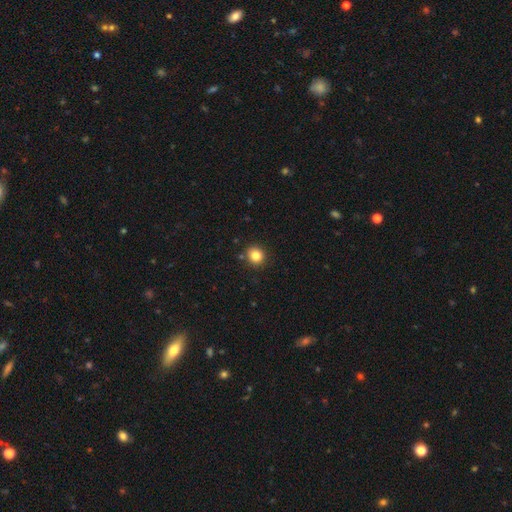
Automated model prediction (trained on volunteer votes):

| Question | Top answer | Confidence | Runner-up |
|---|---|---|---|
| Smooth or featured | smooth | 83% | star or artifact (11%) |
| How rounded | round | 86% | in between (13%) |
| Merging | none | 88% | minor disturbance (8%) |